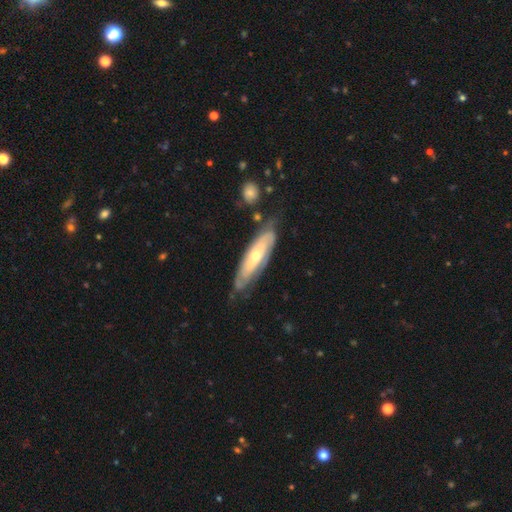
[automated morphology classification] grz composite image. It shows a featured or disk galaxy (66%). Merging: none (68%).